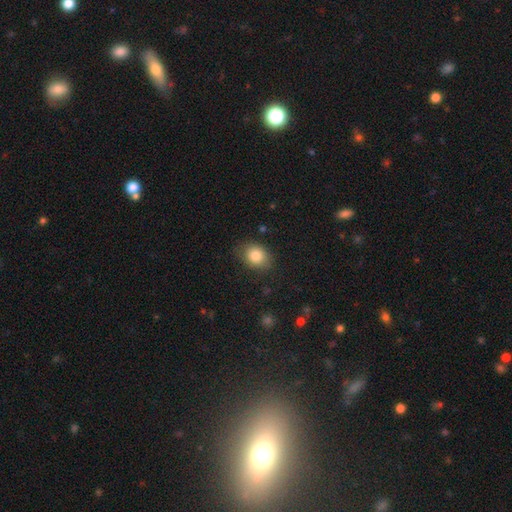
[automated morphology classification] type=smooth (84%); roundness=in between (56%); merging=none (79%).